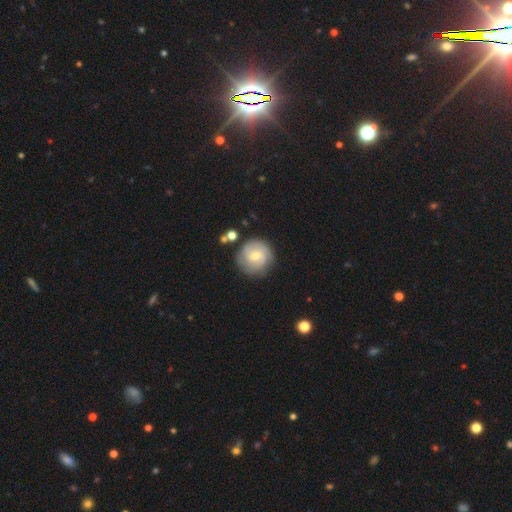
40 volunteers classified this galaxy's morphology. Smooth or featured? 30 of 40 (75%) said featured or disk. Edge-on disk? 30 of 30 (100%) said no. Bar? 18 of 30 (60%) said weak. Spiral arms? 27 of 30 (90%) said yes. Spiral winding? 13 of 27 (48%) said tight. Spiral arm count? 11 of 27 (41%) said can't tell. Bulge size? 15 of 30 (50%) said small. Merging? 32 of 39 (82%) said none.